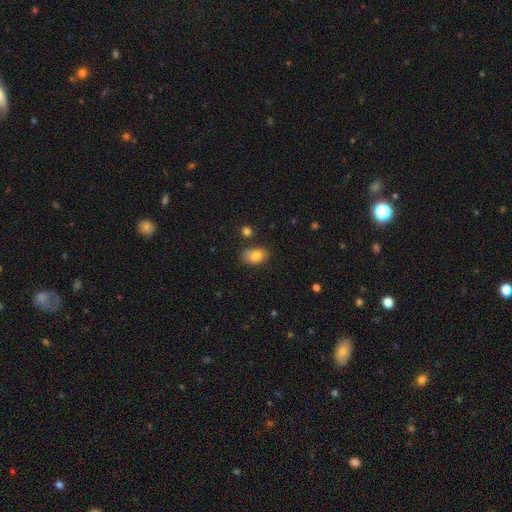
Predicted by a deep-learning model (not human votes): This is clearly a smooth galaxy (83%). How rounded: clearly in between (87%). Merging: likely none (70%).